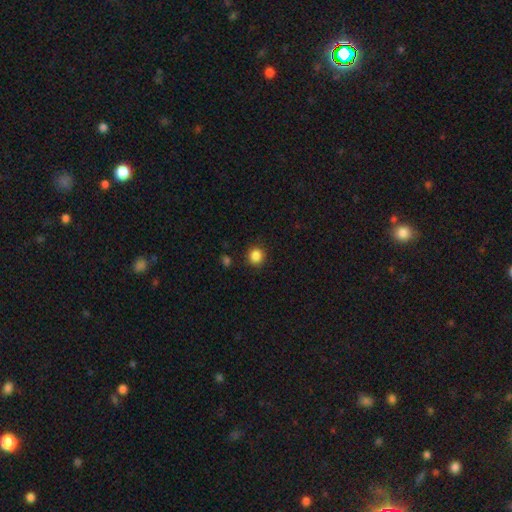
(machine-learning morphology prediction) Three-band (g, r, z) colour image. It shows a smooth galaxy with no disk features (86%) that is round (90%). Merging: none (90%).